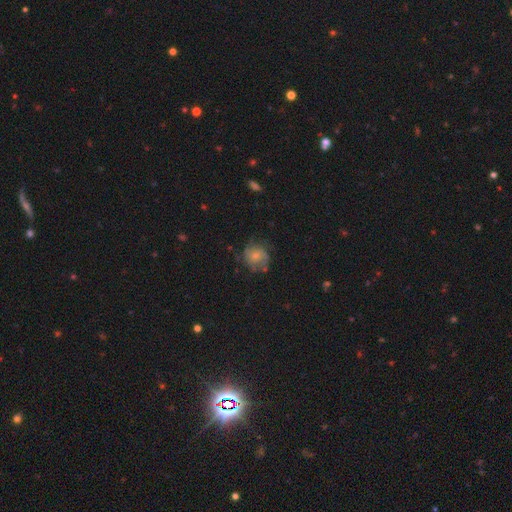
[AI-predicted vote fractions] Smooth or featured?
  - featured or disk: 47% *
  - smooth: 43%
  - star or artifact: 9%
Merging?
  - none: 63% *
  - minor disturbance: 23%
  - major disturbance: 12%
  - merger: 2%